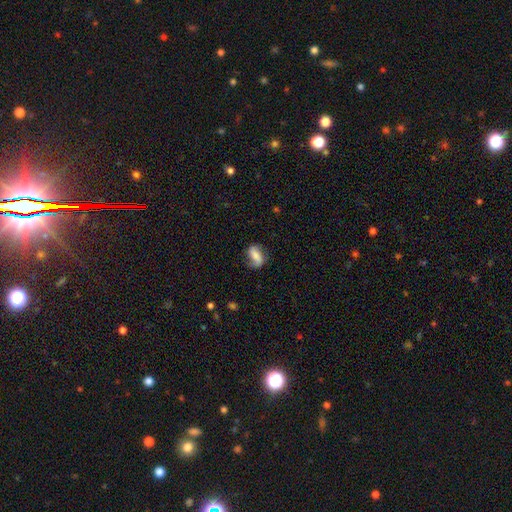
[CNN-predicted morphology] Smooth or featured? featured or disk (52%)
Edge-on disk? no (94%)
Merging? none (65%)